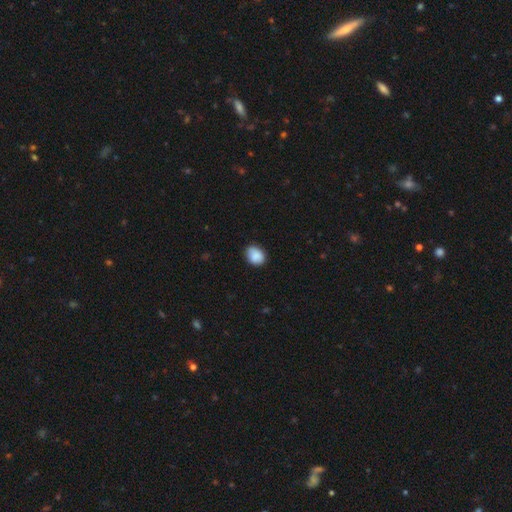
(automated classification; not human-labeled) Overall: smooth (88%). How rounded: in between (57%; round 42%). Merging: none (76%).